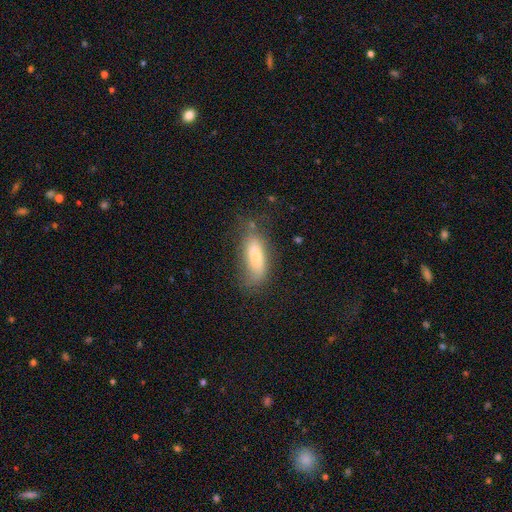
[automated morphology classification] The model was most divided on "how rounded": in between: 63%, cigar-shaped: 34%, round: 2%. More confident: smooth or featured — smooth (69%); merging — none (58%).